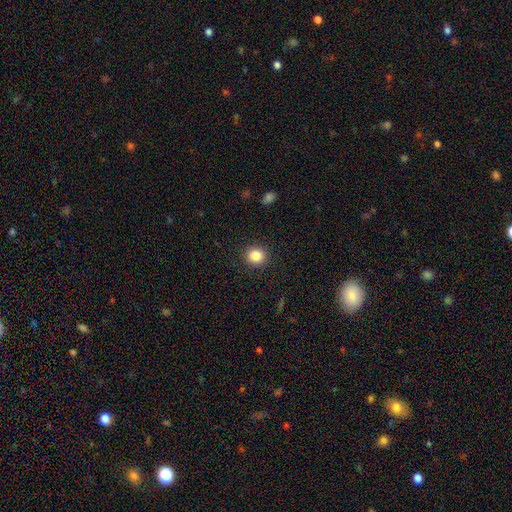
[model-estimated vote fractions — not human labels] Morphology: type=smooth (85%); roundness=round (88%); merging=none (91%).